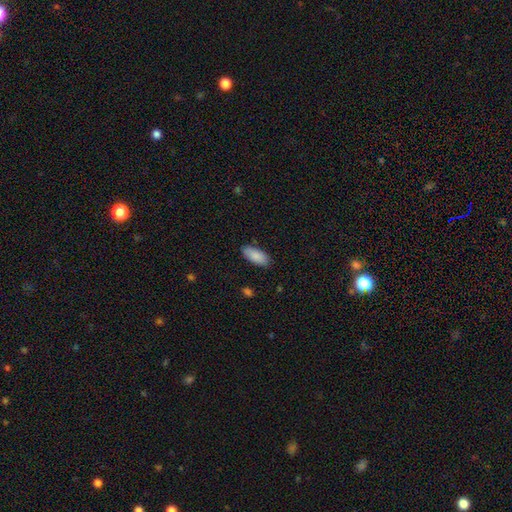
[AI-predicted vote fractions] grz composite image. It shows a smooth galaxy with no disk features (89%) that is in between round and cigar-shaped (88%). Merging: none (86%).